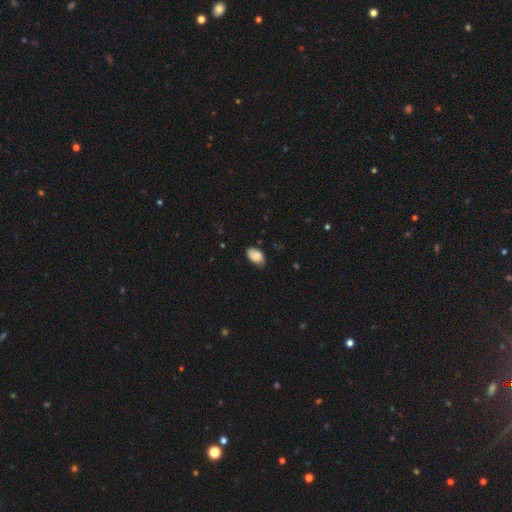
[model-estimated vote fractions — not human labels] The model was most divided on "merging": none: 68%, minor disturbance: 26%, major disturbance: 5%, merger: 2%. More confident: how rounded — in between (92%); smooth or featured — smooth (81%).